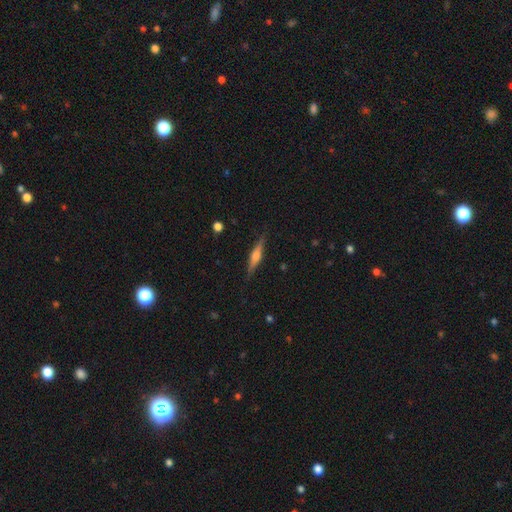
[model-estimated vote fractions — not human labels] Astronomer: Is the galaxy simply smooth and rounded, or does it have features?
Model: featured or disk — 65%.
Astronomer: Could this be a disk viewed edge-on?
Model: yes — 97%.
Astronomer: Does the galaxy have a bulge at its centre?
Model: rounded — 80%.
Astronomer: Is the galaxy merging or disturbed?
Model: none — 88%.